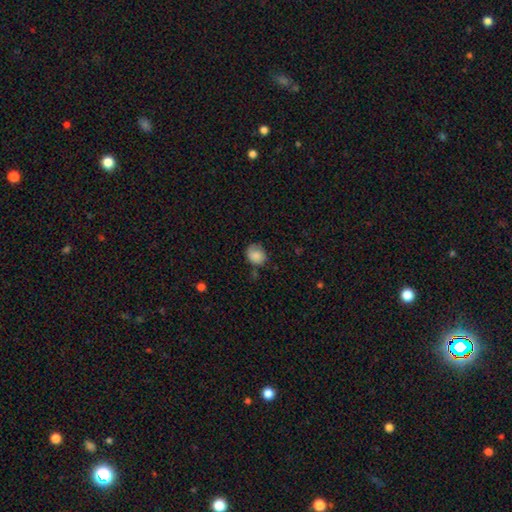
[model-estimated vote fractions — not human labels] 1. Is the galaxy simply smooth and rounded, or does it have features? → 83% smooth, 9% featured or disk, 8% star or artifact.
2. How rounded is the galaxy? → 60% round, 39% in between, 1% cigar-shaped.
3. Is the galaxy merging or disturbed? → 59% none, 29% minor disturbance, 9% major disturbance, 3% merger.